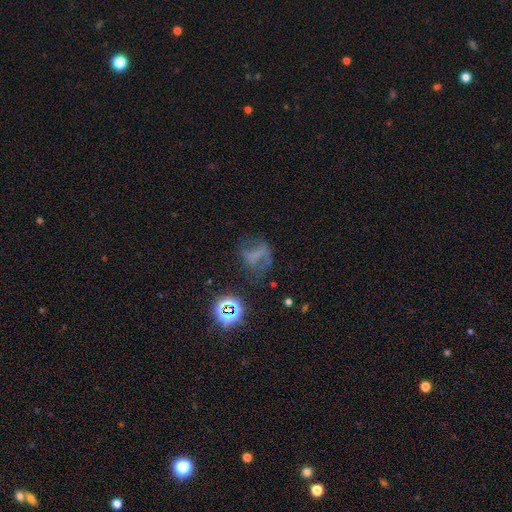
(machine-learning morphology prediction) This is marginally a featured or disk galaxy (37%). Merging: possibly none (47%).